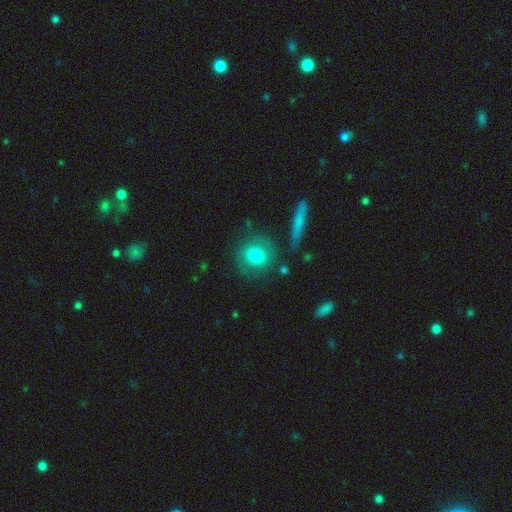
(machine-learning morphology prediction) Smooth or featured?
  - smooth: 72% *
  - featured or disk: 19%
  - star or artifact: 9%
How rounded?
  - round: 87% *
  - in between: 11%
  - cigar-shaped: 2%
Merging?
  - none: 76% *
  - minor disturbance: 13%
  - merger: 5%
  - major disturbance: 5%